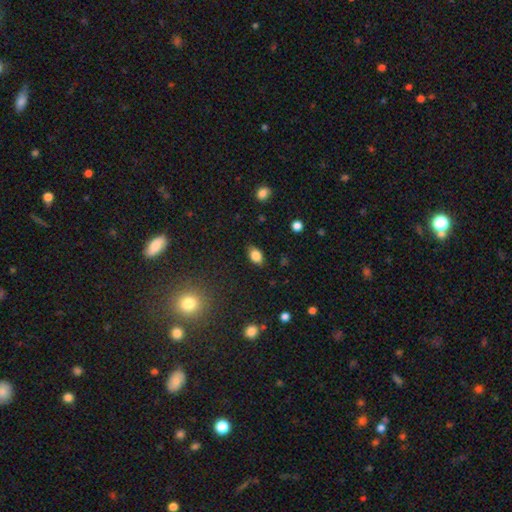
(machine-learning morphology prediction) A smooth galaxy with no disk features (83%) that is in between round and cigar-shaped (86%).

Vote fractions:
- Smooth or featured? smooth: 83% / star or artifact: 9% / featured or disk: 8%
- How rounded? in between: 86% / round: 12% / cigar-shaped: 2%
- Merging? none: 84% / minor disturbance: 12% / major disturbance: 3% / merger: 1%